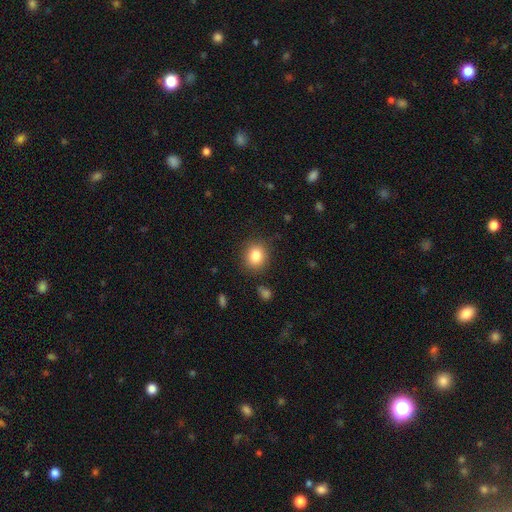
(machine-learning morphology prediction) Smooth or featured? Predicted: smooth (p=0.84). How rounded? Predicted: round (p=0.71). Merging? Predicted: none (p=0.86).